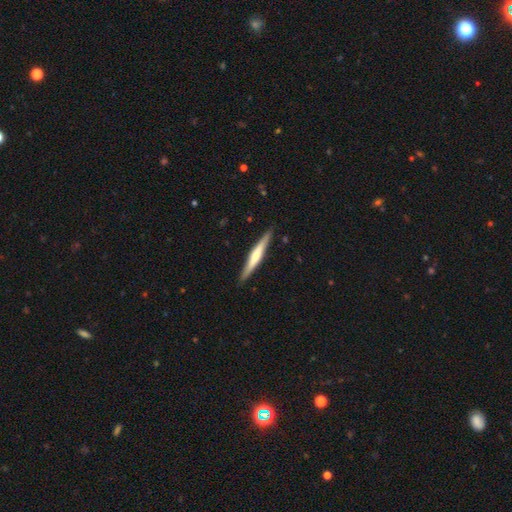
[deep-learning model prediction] smooth_or_featured: featured or disk (p=0.57) [alt: smooth p=0.38]
disk_edge_on: yes (p=0.97) [alt: no p=0.03]
edge_on_bulge: rounded (p=0.65) [alt: none p=0.21]
merging: none (p=0.90) [alt: minor disturbance p=0.08]